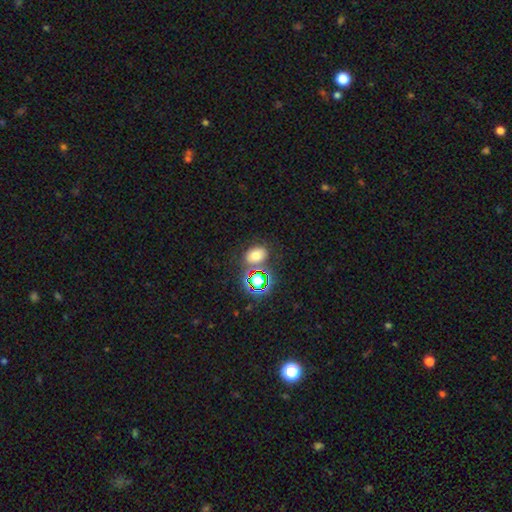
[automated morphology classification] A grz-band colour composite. It shows a smooth galaxy with no disk features (62%) that is in between round and cigar-shaped (70%). Merging: none (69%).